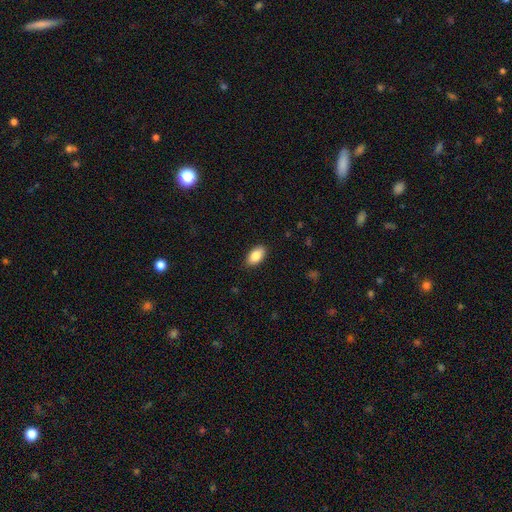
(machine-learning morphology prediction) A smooth galaxy with no disk features (87%) that is in between round and cigar-shaped (93%). Merging: none (87%).